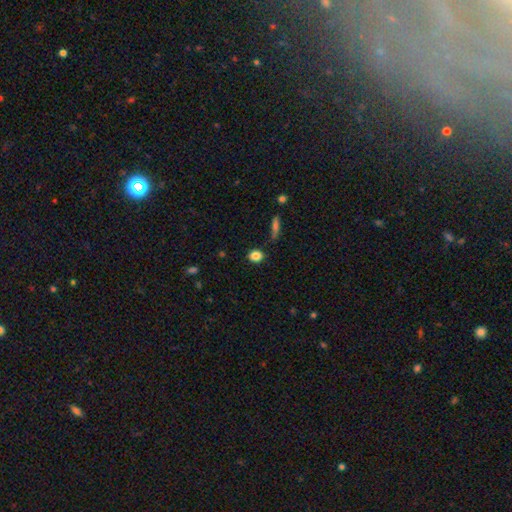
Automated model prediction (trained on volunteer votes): smooth 85%, star or artifact 9%, featured or disk 6%. Down the decision tree: how rounded — round (63%); merging — none (82%).